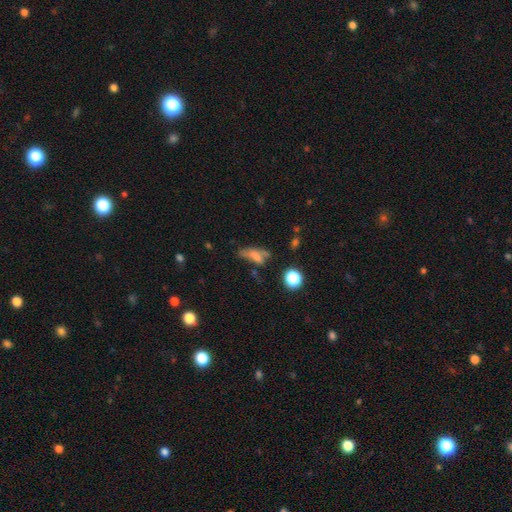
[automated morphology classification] Q: Smooth or featured?
A: smooth (58%); runner-up: featured or disk (24%)
Q: How rounded?
A: in between (58%); runner-up: cigar-shaped (34%)
Q: Merging?
A: none (36%); runner-up: minor disturbance (26%)